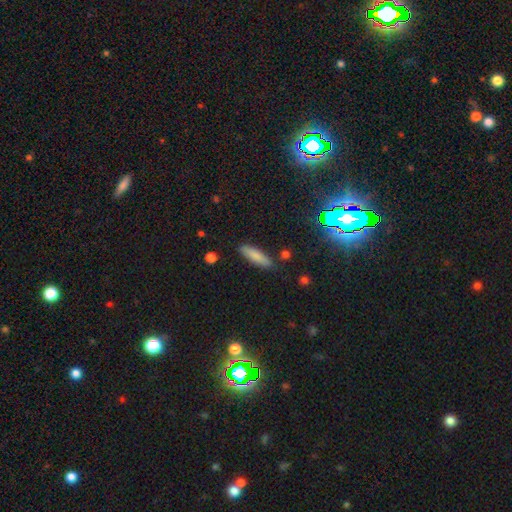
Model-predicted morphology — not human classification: smooth_or_featured: smooth (p=0.80) [alt: featured or disk p=0.13]
how_rounded: cigar-shaped (p=0.63) [alt: in between p=0.35]
merging: none (p=0.86) [alt: minor disturbance p=0.10]